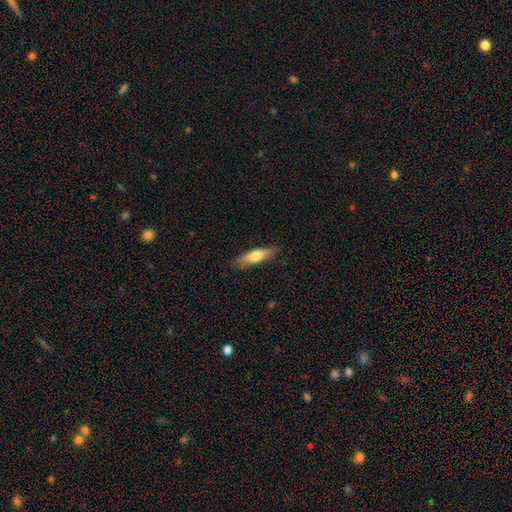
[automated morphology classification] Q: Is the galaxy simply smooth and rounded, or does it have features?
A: smooth — 62%.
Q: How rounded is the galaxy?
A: cigar-shaped — 71%.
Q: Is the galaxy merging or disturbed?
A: none — 81%.